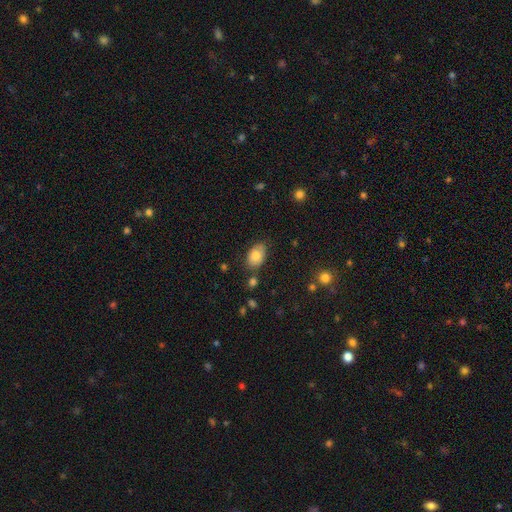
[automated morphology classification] Smooth or featured? smooth (80%)
How rounded? in between (89%)
Merging? none (75%)